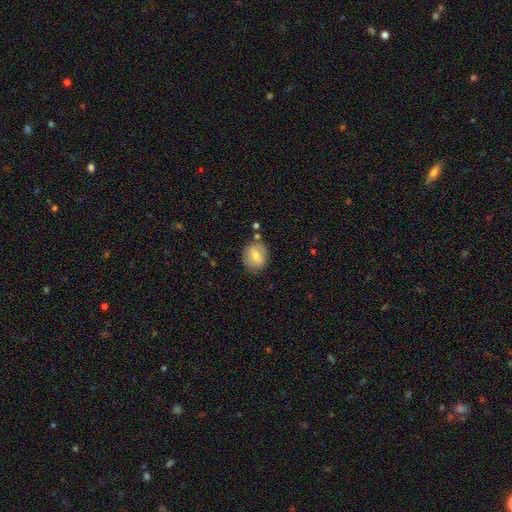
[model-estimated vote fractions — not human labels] Q: Smooth or featured?
A: smooth (64%); runner-up: featured or disk (27%)
Q: How rounded?
A: round (72%); runner-up: in between (26%)
Q: Merging?
A: none (80%); runner-up: minor disturbance (13%)